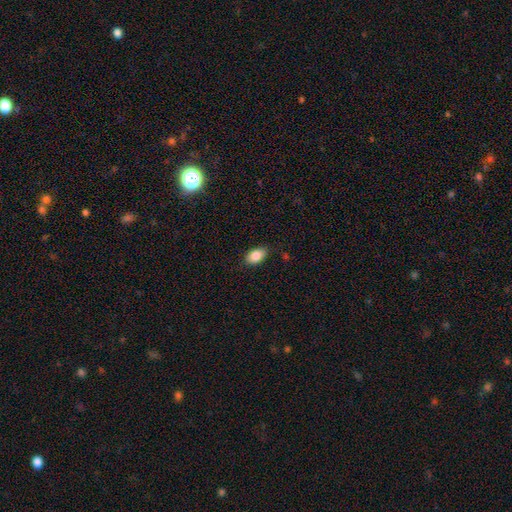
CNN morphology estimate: Smooth or featured? smooth (84%)
How rounded? in between (90%)
Merging? none (85%)